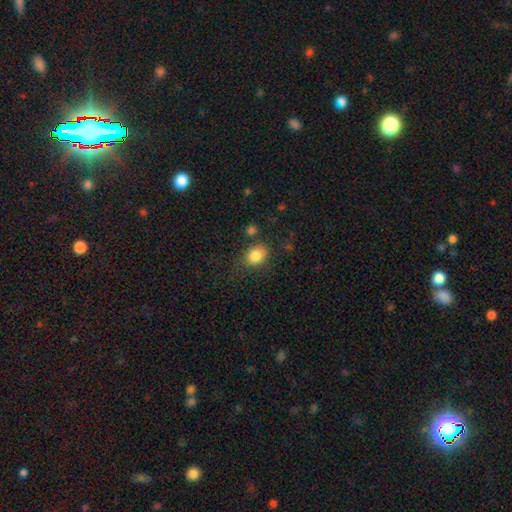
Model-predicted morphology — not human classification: The model was most divided on "how rounded": in between: 60%, round: 39%, cigar-shaped: 1%. More confident: smooth or featured — smooth (84%); merging — none (72%).